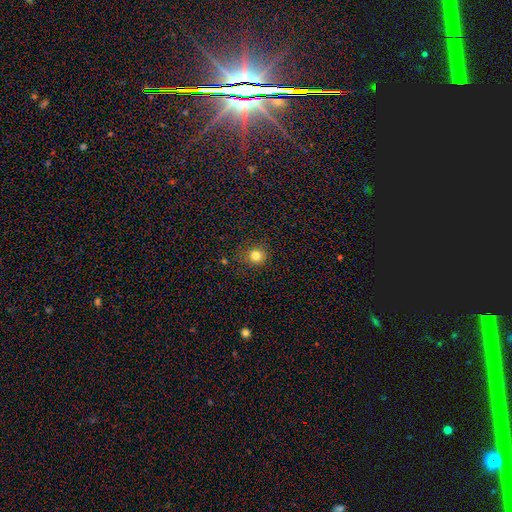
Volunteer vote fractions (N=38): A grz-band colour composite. It shows a smooth galaxy with no disk features (82%) that is round (97%). Merging: none (82%).